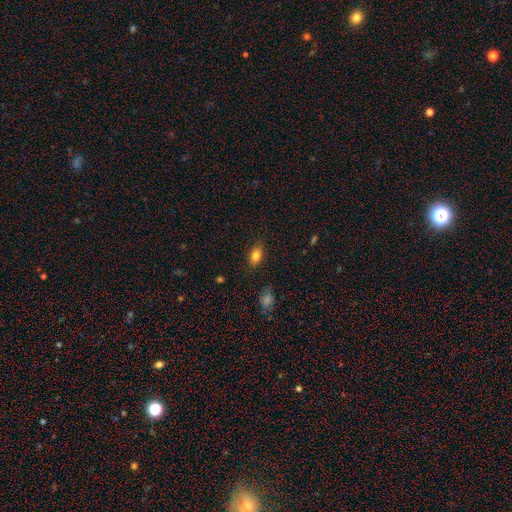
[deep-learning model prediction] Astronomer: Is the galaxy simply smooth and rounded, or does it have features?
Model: smooth — 80%.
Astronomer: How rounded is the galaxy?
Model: in between — 84%.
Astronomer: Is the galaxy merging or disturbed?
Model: none — 84%.